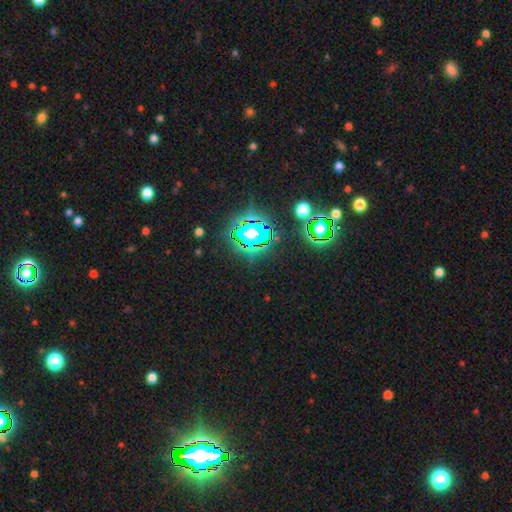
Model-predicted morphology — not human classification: star or artifact 83%, smooth 10%, featured or disk 7%.